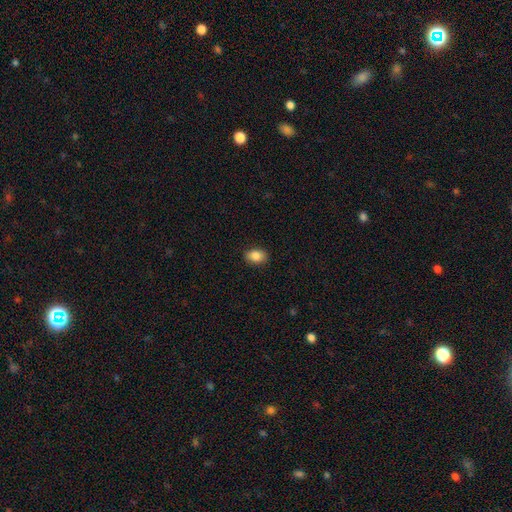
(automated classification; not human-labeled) A smooth galaxy with no disk features (86%) that is in between round and cigar-shaped (82%).

Vote fractions:
- Smooth or featured? smooth: 86% / star or artifact: 8% / featured or disk: 6%
- How rounded? in between: 82% / round: 17% / cigar-shaped: 1%
- Merging? none: 88% / minor disturbance: 9% / major disturbance: 2% / merger: 1%